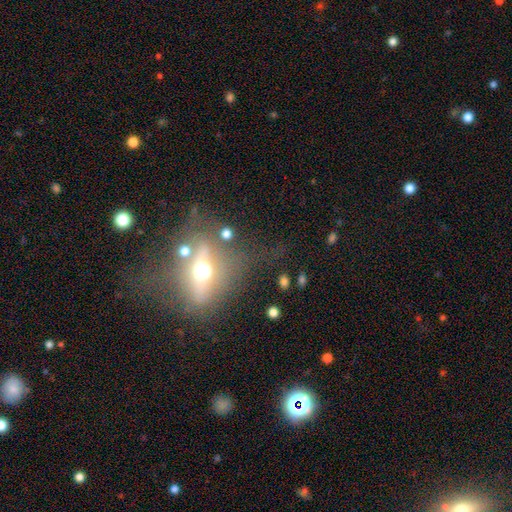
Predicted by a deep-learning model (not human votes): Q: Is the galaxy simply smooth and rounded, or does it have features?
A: featured or disk — 55%.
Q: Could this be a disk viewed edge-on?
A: yes — 63%.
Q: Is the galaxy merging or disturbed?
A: none — 53%.